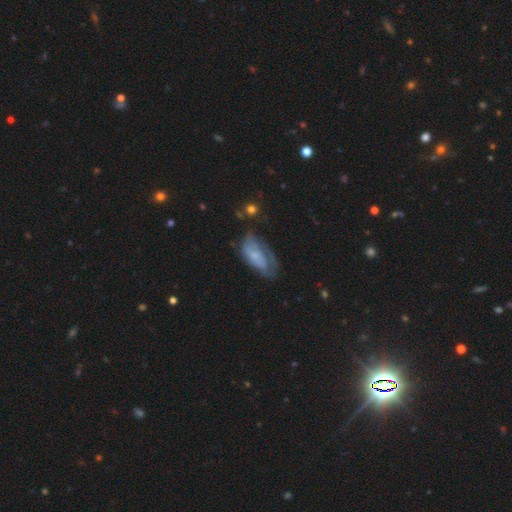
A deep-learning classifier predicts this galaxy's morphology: Smooth or featured: featured or disk — 55% (smooth — 37%)
Edge-on disk: no — 92% (yes — 8%)
Bar: no — 72% (weak — 24%)
Spiral arms: yes — 70% (no — 30%)
Bulge size: small — 50% (moderate — 26%)
Merging: none — 45% (minor disturbance — 29%)